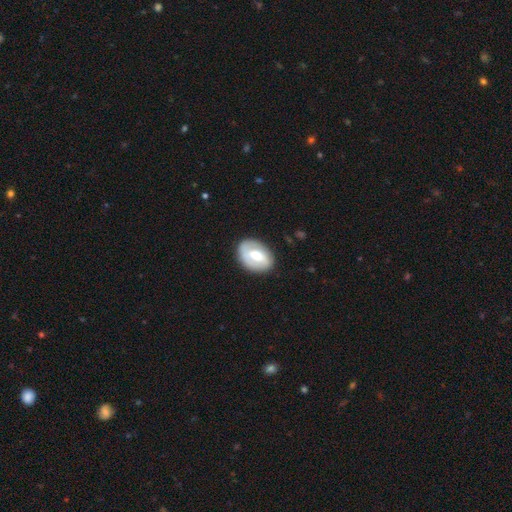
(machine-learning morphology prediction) A smooth galaxy with no disk features (49%). Merging: none (79%).